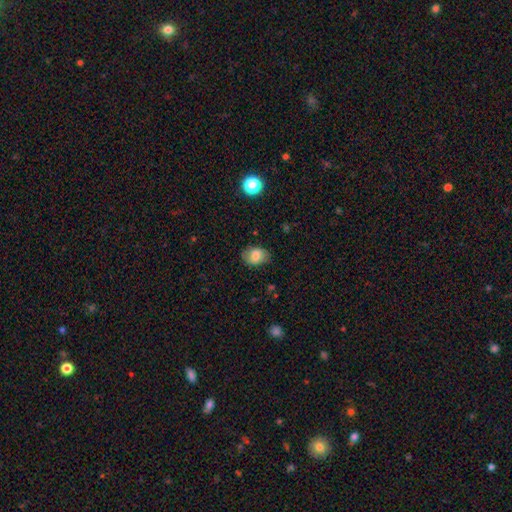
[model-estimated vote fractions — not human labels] Smooth or featured?
  - smooth: 76% *
  - featured or disk: 15%
  - star or artifact: 9%
How rounded?
  - in between: 69% *
  - round: 30%
  - cigar-shaped: 1%
Merging?
  - none: 76% *
  - minor disturbance: 18%
  - major disturbance: 5%
  - merger: 1%